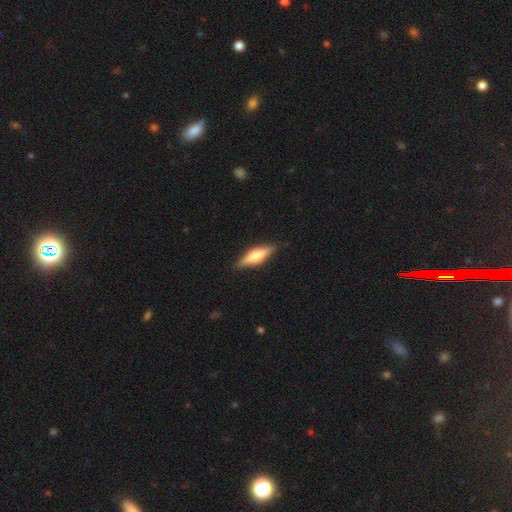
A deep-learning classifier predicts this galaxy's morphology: smooth-or-featured: featured or disk: 48% | smooth: 46% | star or artifact: 6%
  merging: none: 88% | minor disturbance: 9% | major disturbance: 2% | merger: 1%